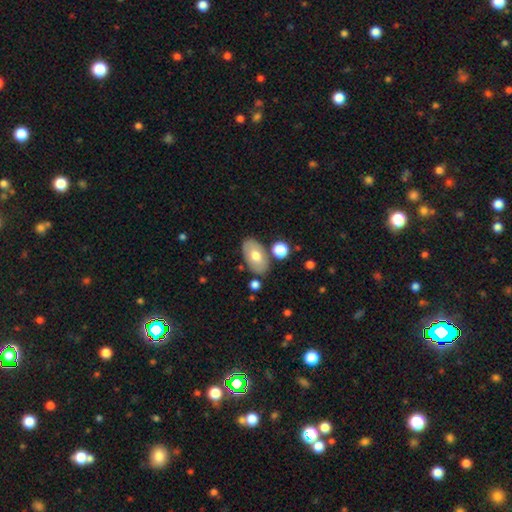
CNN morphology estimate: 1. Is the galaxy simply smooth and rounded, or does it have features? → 63% smooth, 30% featured or disk, 6% star or artifact.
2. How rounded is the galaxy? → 93% in between, 6% round, 2% cigar-shaped.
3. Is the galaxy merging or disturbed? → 77% none, 13% minor disturbance, 7% merger, 3% major disturbance.